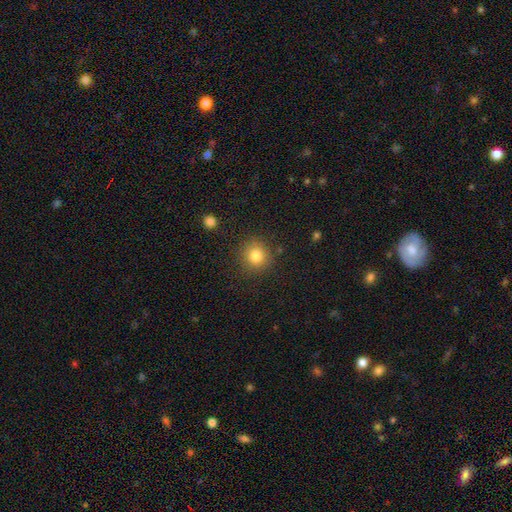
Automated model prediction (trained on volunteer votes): A smooth galaxy with no disk features (82%) that is round (90%).

Vote fractions:
- Smooth or featured? smooth: 82% / star or artifact: 11% / featured or disk: 6%
- How rounded? round: 90% / in between: 9% / cigar-shaped: 1%
- Merging? none: 86% / minor disturbance: 8% / major disturbance: 3% / merger: 2%